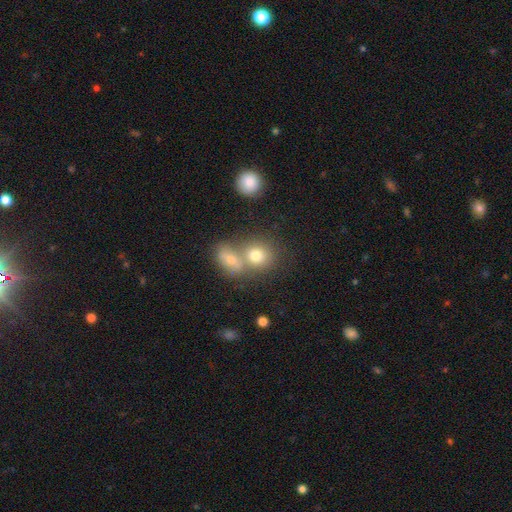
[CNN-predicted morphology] This is likely a smooth galaxy (76%). How rounded: likely round (73%). Merging: possibly merger (46%).